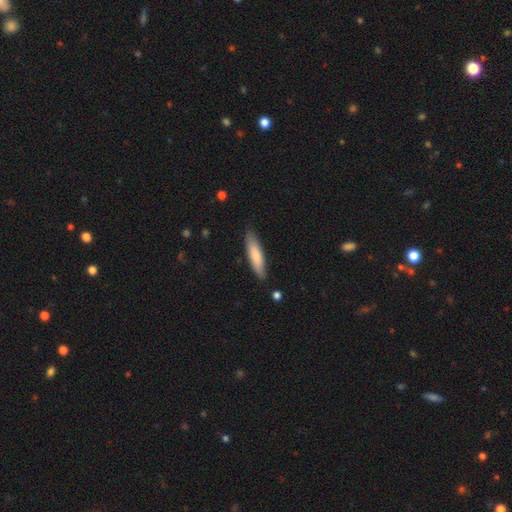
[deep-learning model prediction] Smooth or featured?
  - smooth: 77% *
  - featured or disk: 17%
  - star or artifact: 5%
How rounded?
  - cigar-shaped: 72% *
  - in between: 27%
  - round: 1%
Merging?
  - none: 84% *
  - minor disturbance: 12%
  - major disturbance: 2%
  - merger: 1%